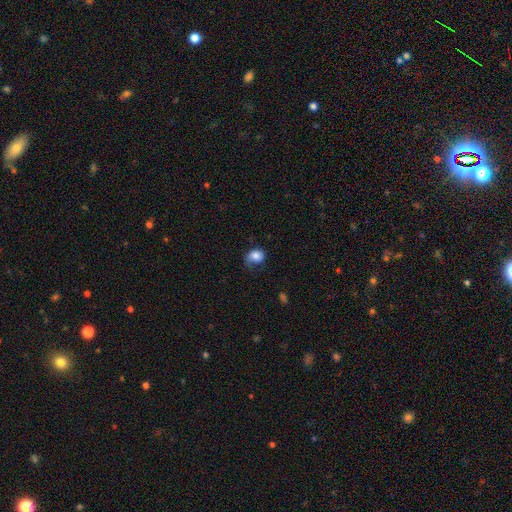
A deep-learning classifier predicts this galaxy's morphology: smooth 74%, featured or disk 17%, star or artifact 9%. Down the decision tree: how rounded — round (51%); merging — none (43%).